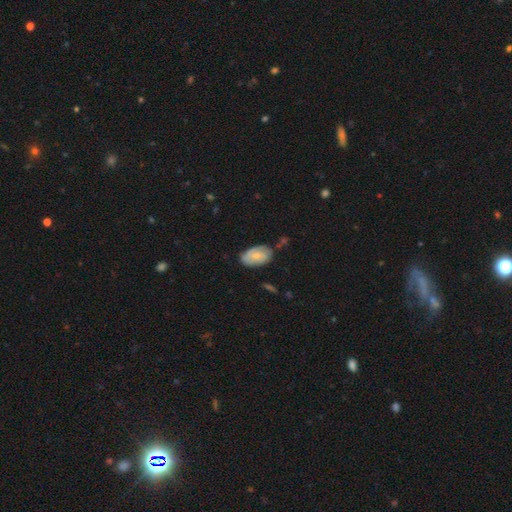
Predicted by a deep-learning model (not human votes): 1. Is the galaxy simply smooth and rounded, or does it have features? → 53% smooth, 41% featured or disk, 6% star or artifact.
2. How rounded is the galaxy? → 92% in between, 6% round, 2% cigar-shaped.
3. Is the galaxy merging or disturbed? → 68% none, 24% minor disturbance, 5% major disturbance, 3% merger.